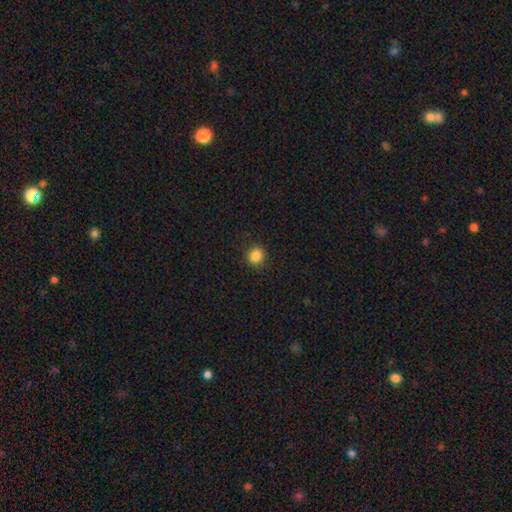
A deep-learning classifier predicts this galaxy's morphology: smooth-or-featured: smooth: 86% | star or artifact: 11% | featured or disk: 4%
  how-rounded: round: 88% | in between: 11% | cigar-shaped: 1%
  merging: none: 89% | minor disturbance: 8% | major disturbance: 2% | merger: 1%